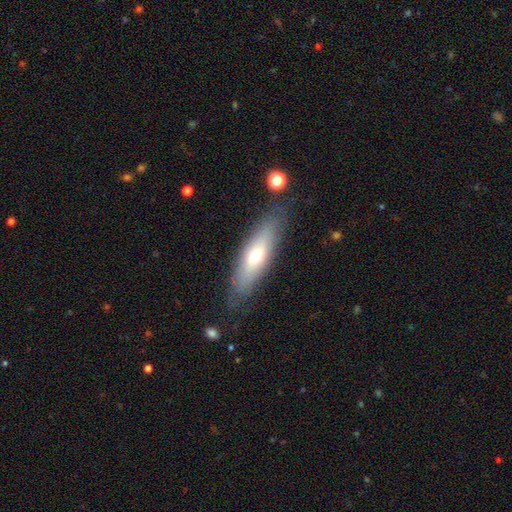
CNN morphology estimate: Q: Smooth or featured?
A: smooth (55%); runner-up: featured or disk (38%)
Q: How rounded?
A: cigar-shaped (54%); runner-up: in between (44%)
Q: Merging?
A: none (82%); runner-up: minor disturbance (12%)